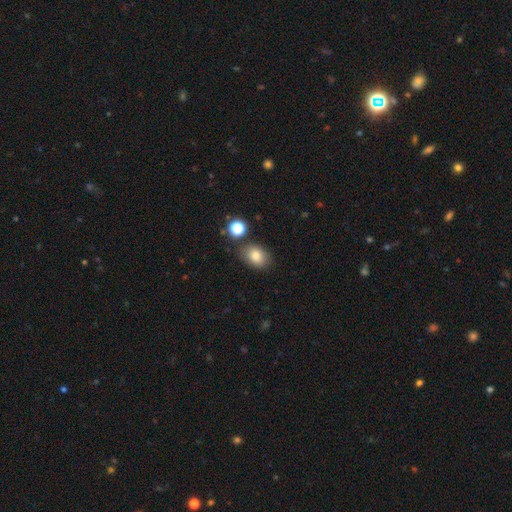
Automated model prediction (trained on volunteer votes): Morphology: type=smooth (81%); roundness=in between (73%); merging=none (78%).